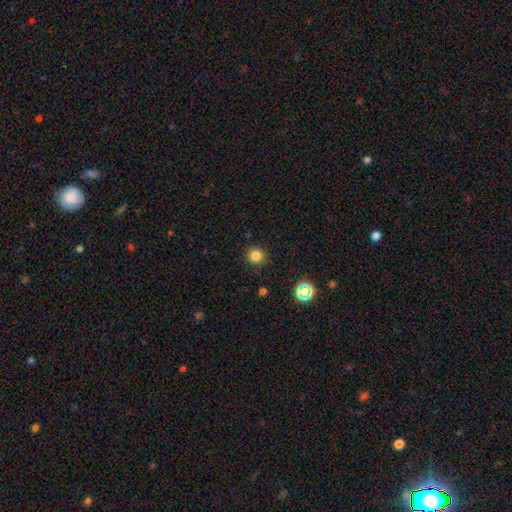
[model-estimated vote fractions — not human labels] Smooth or featured? Predicted: smooth (p=0.80). How rounded? Predicted: round (p=0.93). Merging? Predicted: none (p=0.91).